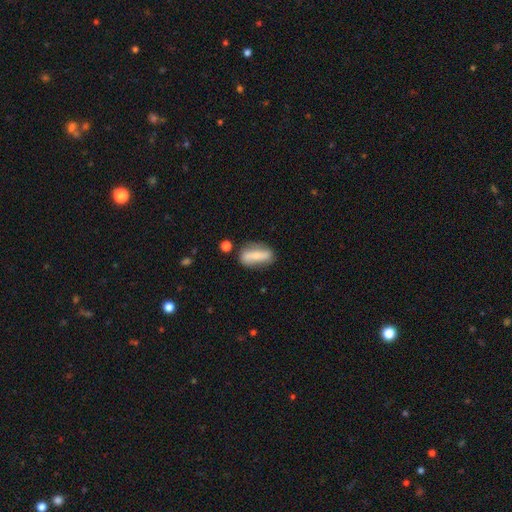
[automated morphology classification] A smooth galaxy with no disk features (55%) that is in between round and cigar-shaped (68%).

Vote fractions:
- Smooth or featured? smooth: 55% / featured or disk: 38% / star or artifact: 7%
- How rounded? in between: 68% / cigar-shaped: 27% / round: 5%
- Merging? none: 72% / minor disturbance: 18% / major disturbance: 5% / merger: 5%